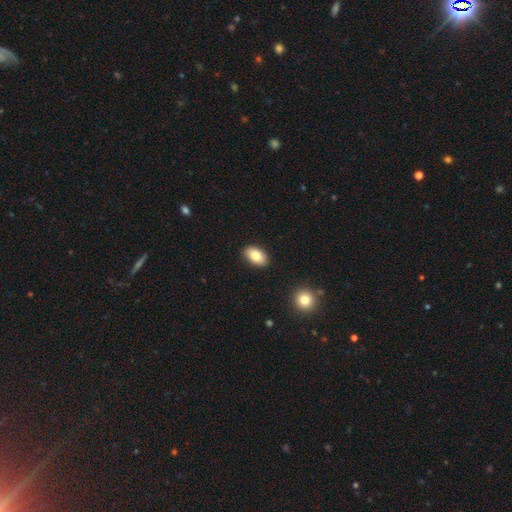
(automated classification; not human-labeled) smooth 81%, featured or disk 12%, star or artifact 7%. Down the decision tree: how rounded — in between (93%); merging — none (89%).